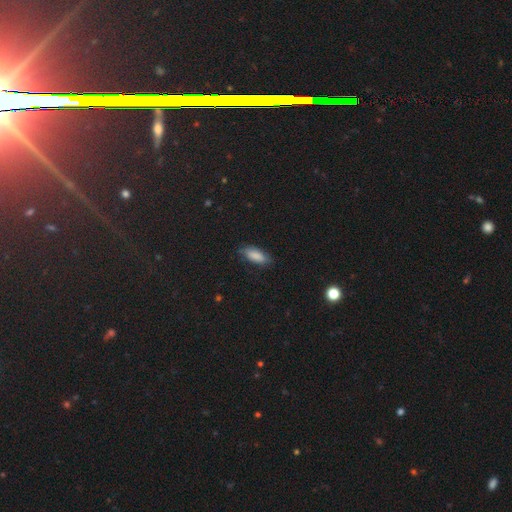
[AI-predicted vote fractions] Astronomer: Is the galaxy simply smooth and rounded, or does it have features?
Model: smooth — 85%.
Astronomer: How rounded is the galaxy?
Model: in between — 82%.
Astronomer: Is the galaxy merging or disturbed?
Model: none — 77%.